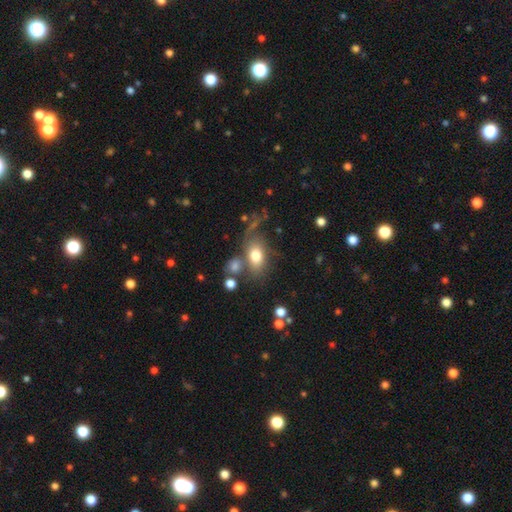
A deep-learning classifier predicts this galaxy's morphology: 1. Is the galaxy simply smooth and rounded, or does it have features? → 73% smooth, 18% featured or disk, 9% star or artifact.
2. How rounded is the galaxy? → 83% in between, 14% round, 3% cigar-shaped.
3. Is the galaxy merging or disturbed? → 44% none, 20% minor disturbance, 19% major disturbance, 18% merger.